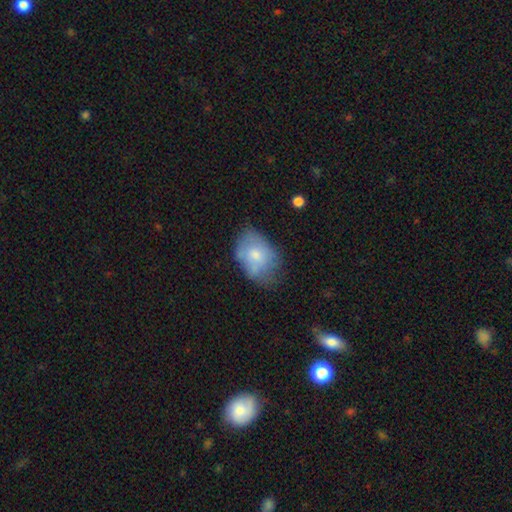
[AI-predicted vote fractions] Smooth or featured?
  - smooth: 65% *
  - featured or disk: 27%
  - star or artifact: 7%
How rounded?
  - in between: 80% *
  - round: 19%
  - cigar-shaped: 1%
Merging?
  - none: 45% *
  - minor disturbance: 36%
  - major disturbance: 16%
  - merger: 3%